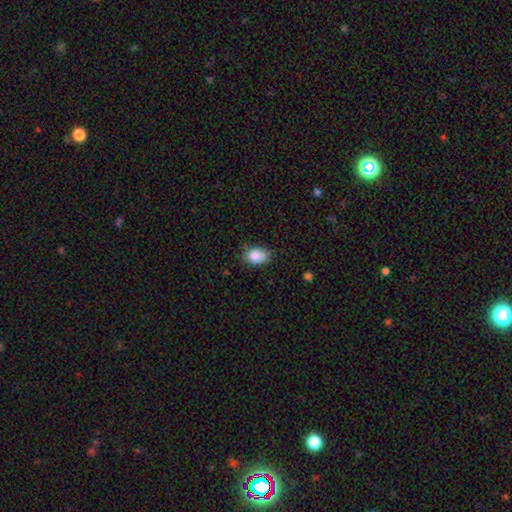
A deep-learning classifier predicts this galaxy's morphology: Smooth or featured?
  - smooth: 87% *
  - star or artifact: 8%
  - featured or disk: 5%
How rounded?
  - in between: 78% *
  - round: 21%
  - cigar-shaped: 1%
Merging?
  - none: 67% *
  - minor disturbance: 26%
  - major disturbance: 5%
  - merger: 2%